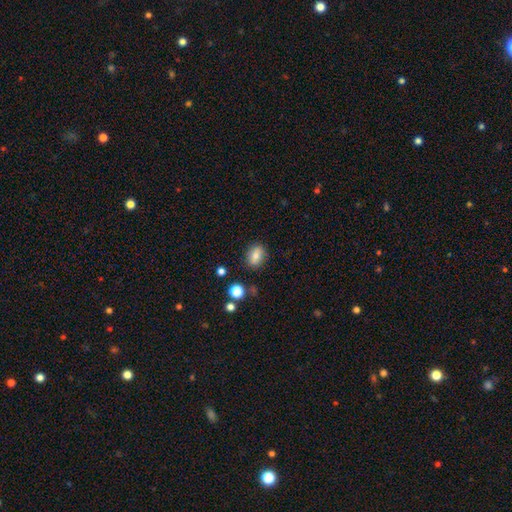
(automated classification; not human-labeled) The model was most divided on "how rounded": in between: 71%, round: 27%, cigar-shaped: 3%. More confident: merging — none (83%); smooth or featured — smooth (76%).